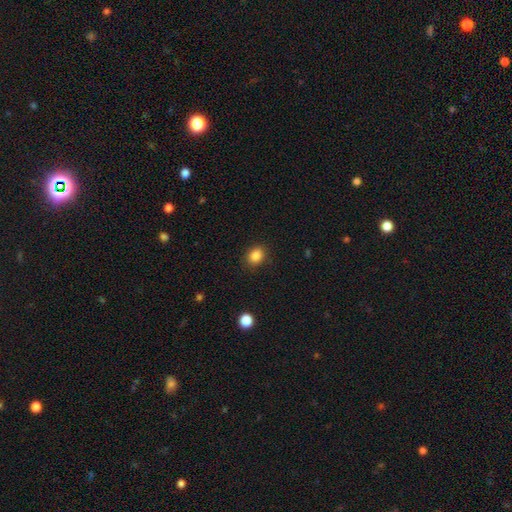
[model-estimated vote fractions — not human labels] Smooth or featured? smooth (85%)
How rounded? round (50%)
Merging? none (88%)